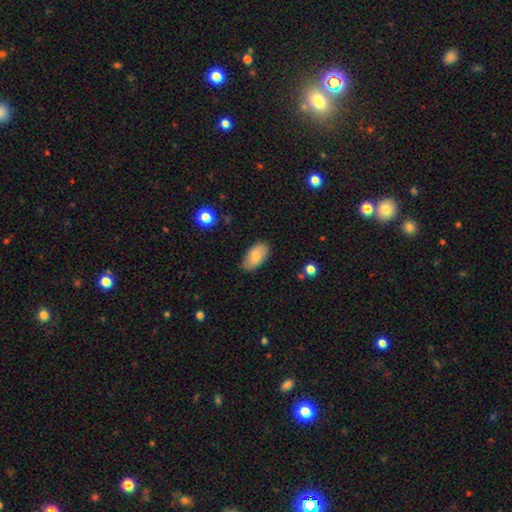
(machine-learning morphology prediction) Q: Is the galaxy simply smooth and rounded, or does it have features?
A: smooth — 80%.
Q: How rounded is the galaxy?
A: in between — 95%.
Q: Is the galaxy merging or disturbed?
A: none — 83%.